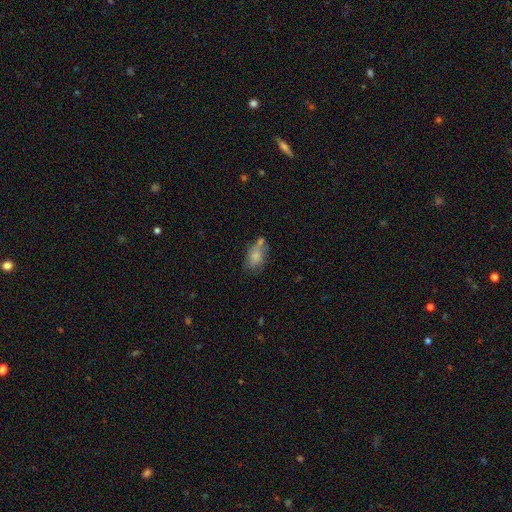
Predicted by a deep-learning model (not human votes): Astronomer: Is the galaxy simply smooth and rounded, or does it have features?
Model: smooth — 77%.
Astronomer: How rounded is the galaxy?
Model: in between — 86%.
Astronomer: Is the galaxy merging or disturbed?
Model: none — 46% (runner-up: merger, 24%).